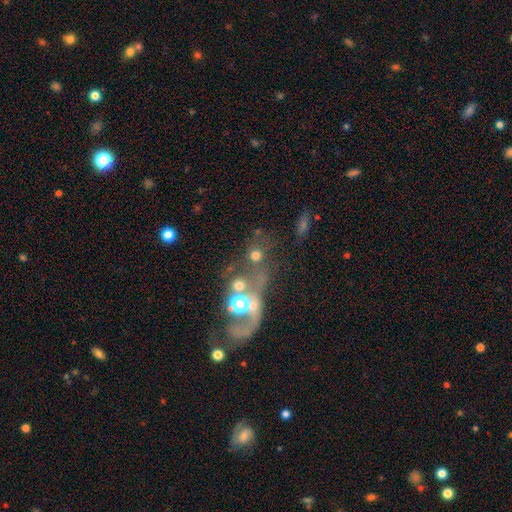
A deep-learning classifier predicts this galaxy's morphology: This is possibly a smooth galaxy (60%). How rounded: clearly round (84%). Merging: marginally none (45%).